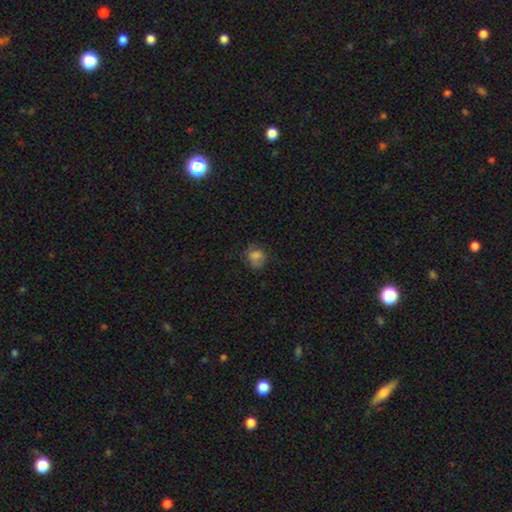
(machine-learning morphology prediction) Smooth or featured: smooth — 77% (star or artifact — 13%)
How rounded: round — 69% (in between — 30%)
Merging: none — 63% (minor disturbance — 24%)